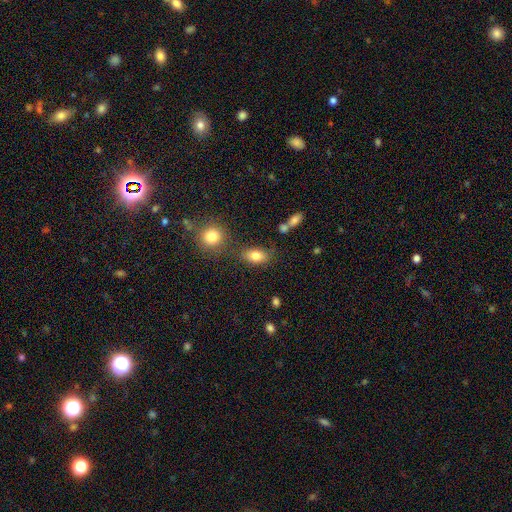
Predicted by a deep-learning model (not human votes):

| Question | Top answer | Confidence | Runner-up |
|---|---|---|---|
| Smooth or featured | smooth | 82% | star or artifact (10%) |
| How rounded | in between | 85% | round (12%) |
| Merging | none | 73% | minor disturbance (15%) |